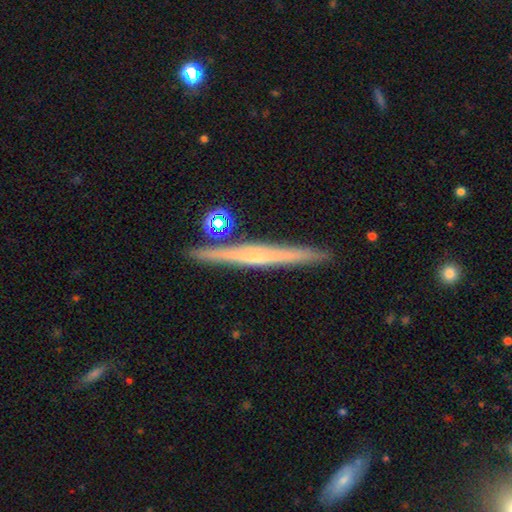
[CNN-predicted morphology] featured or disk 68%, smooth 26%, star or artifact 7%. Down the decision tree: edge-on disk — yes (97%); edge-on bulge — none (50%); merging — none (86%).